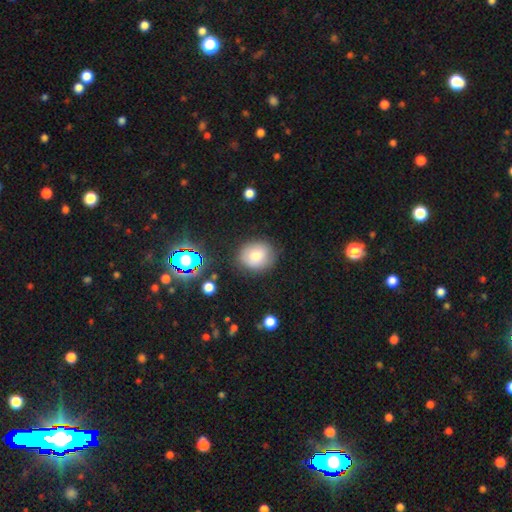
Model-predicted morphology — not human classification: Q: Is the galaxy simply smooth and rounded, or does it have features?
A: smooth — 75%.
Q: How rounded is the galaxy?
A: round — 70%.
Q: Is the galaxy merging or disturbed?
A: none — 81%.